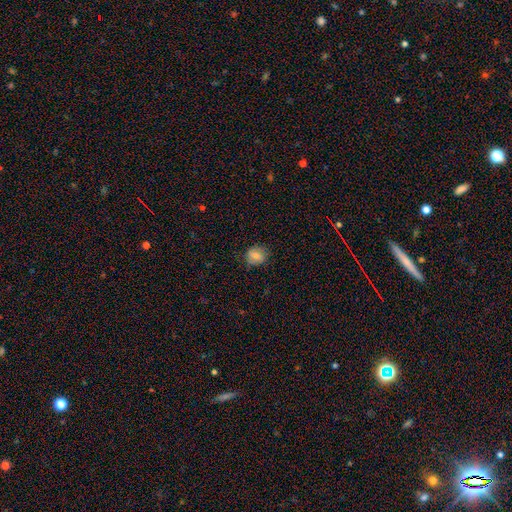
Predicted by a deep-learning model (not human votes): smooth_or_featured: smooth (p=0.73) [alt: featured or disk p=0.17]
how_rounded: round (p=0.65) [alt: in between p=0.34]
merging: none (p=0.79) [alt: minor disturbance p=0.16]